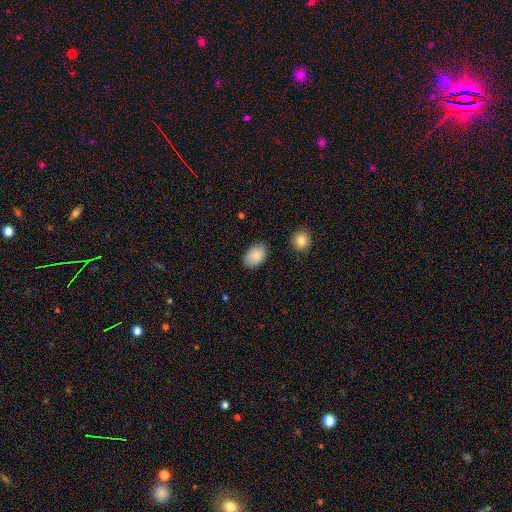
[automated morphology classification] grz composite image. It shows a smooth galaxy with no disk features (86%) that is in between round and cigar-shaped (84%). Merging: none (75%).